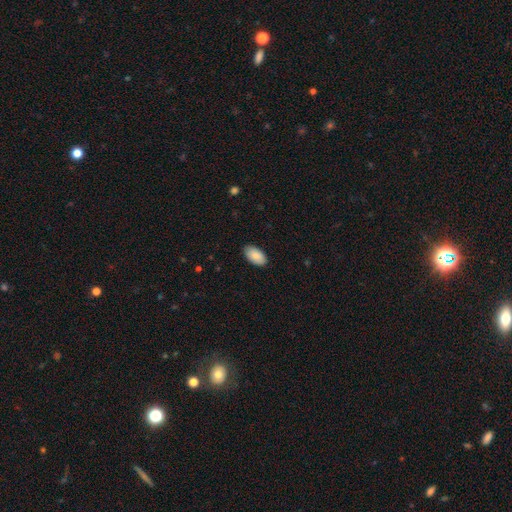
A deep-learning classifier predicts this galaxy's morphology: smooth-or-featured: smooth: 88% | featured or disk: 6% | star or artifact: 6%
  how-rounded: in between: 96% | round: 3% | cigar-shaped: 1%
  merging: none: 88% | minor disturbance: 9% | major disturbance: 2% | merger: 1%